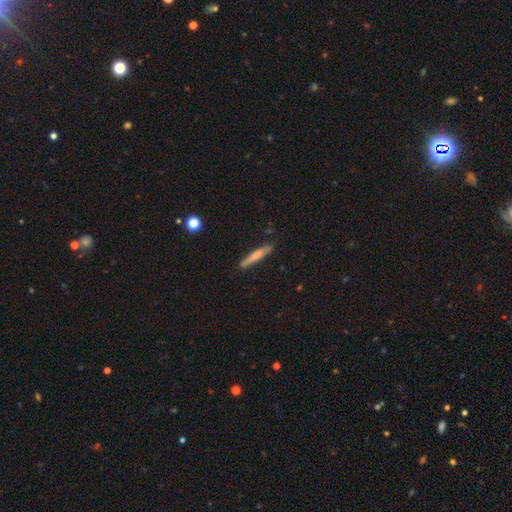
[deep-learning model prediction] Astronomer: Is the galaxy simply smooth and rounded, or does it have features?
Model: smooth — 64%.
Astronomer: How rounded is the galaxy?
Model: cigar-shaped — 93%.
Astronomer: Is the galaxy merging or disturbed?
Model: none — 86%.